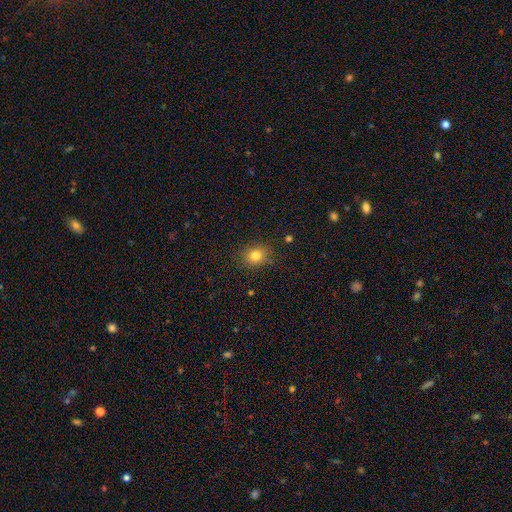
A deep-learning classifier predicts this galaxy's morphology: The model was most divided on "how rounded": round: 66%, in between: 33%, cigar-shaped: 1%. More confident: merging — none (83%); smooth or featured — smooth (80%).